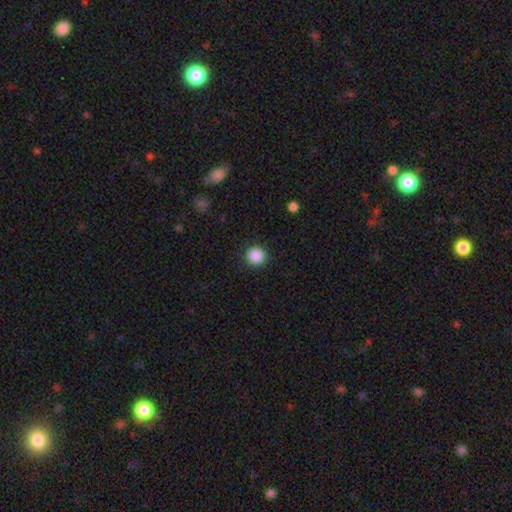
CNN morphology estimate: smooth 88%, star or artifact 10%, featured or disk 2%. Down the decision tree: how rounded — round (95%); merging — none (92%).